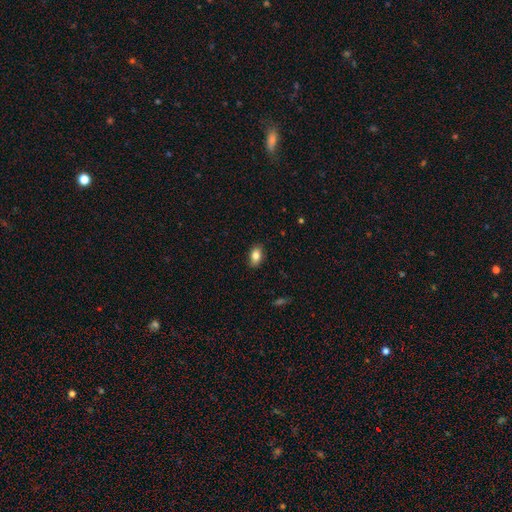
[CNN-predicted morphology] Smooth or featured? smooth (83%)
How rounded? in between (89%)
Merging? none (87%)